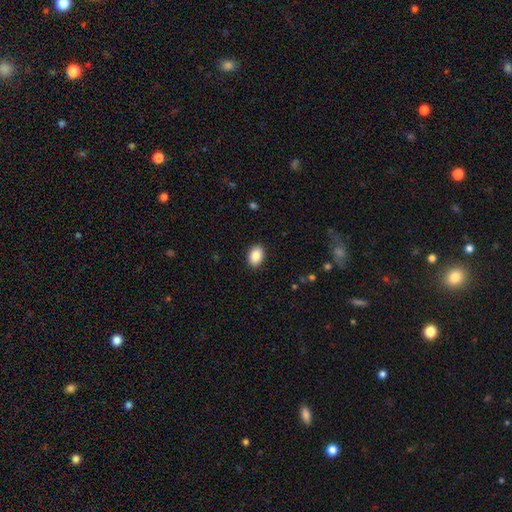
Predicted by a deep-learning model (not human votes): Overall: smooth (87%). How rounded: in between (83%). Merging: none (90%).